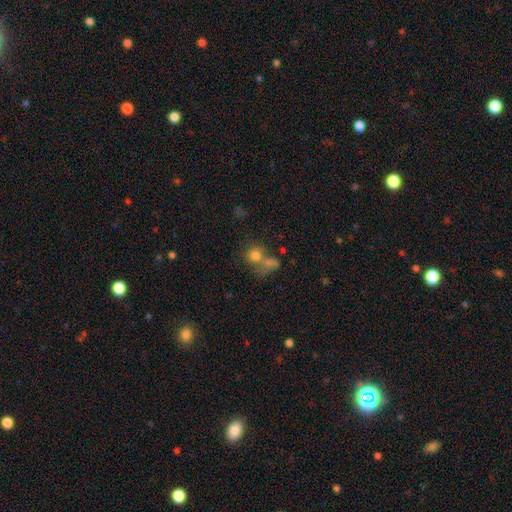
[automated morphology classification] This is likely a smooth galaxy (74%). How rounded: clearly round (81%). Merging: marginally none (42%).